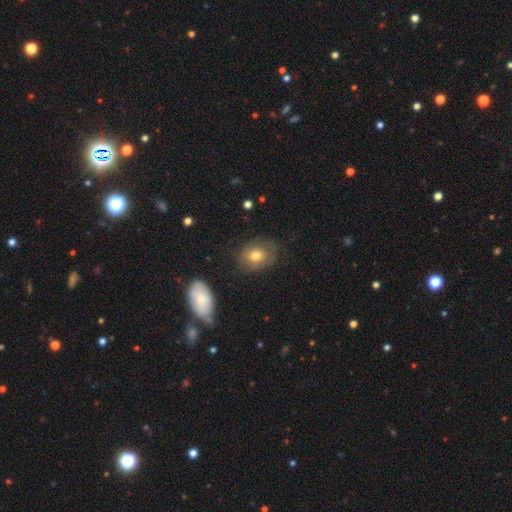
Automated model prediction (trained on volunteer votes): Morphology: type=smooth (64%); roundness=round (51%); merging=none (65%).